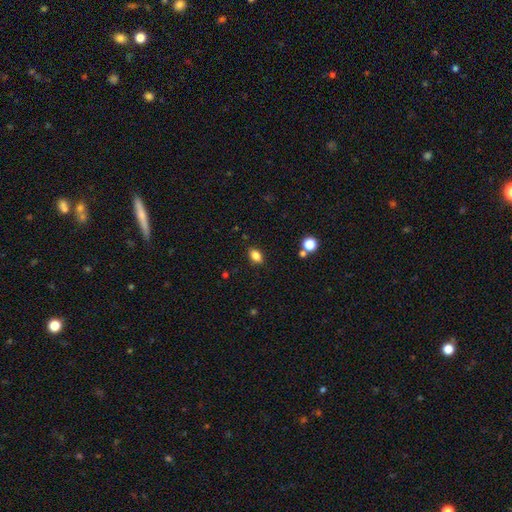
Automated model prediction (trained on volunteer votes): Morphology: type=smooth (82%); roundness=in between (84%); merging=none (84%).